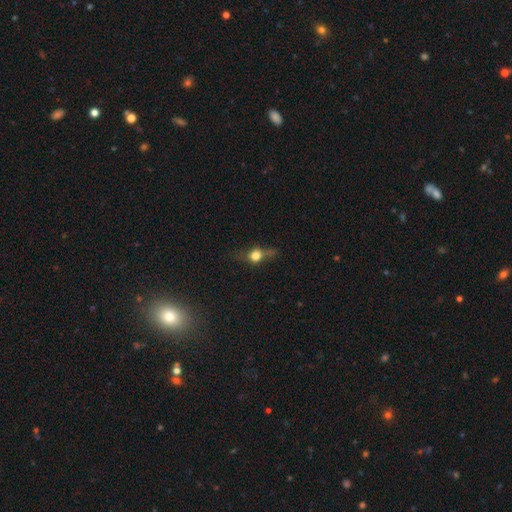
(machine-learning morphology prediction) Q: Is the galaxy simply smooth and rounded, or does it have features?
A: smooth — 52%.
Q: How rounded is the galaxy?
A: round — 57%.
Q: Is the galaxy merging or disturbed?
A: none — 55%.